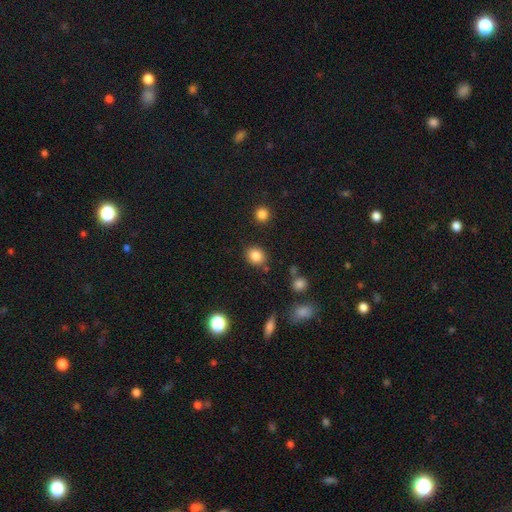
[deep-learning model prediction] smooth-or-featured: smooth: 84% | star or artifact: 10% | featured or disk: 5%
  how-rounded: round: 70% | in between: 29% | cigar-shaped: 1%
  merging: none: 84% | minor disturbance: 10% | merger: 4% | major disturbance: 3%